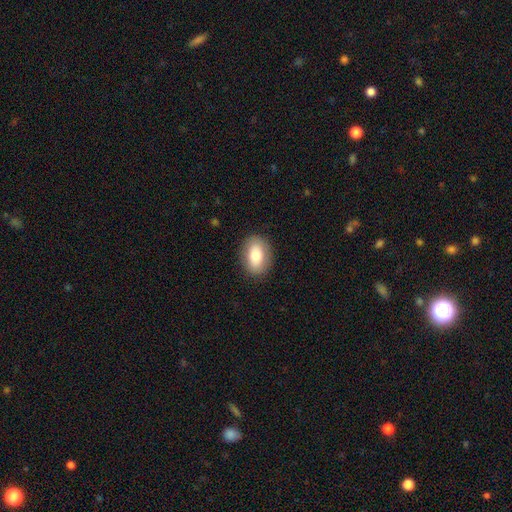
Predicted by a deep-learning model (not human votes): The model was most divided on "smooth or featured": smooth: 79%, featured or disk: 14%, star or artifact: 7%. More confident: merging — none (87%); how rounded — in between (83%).